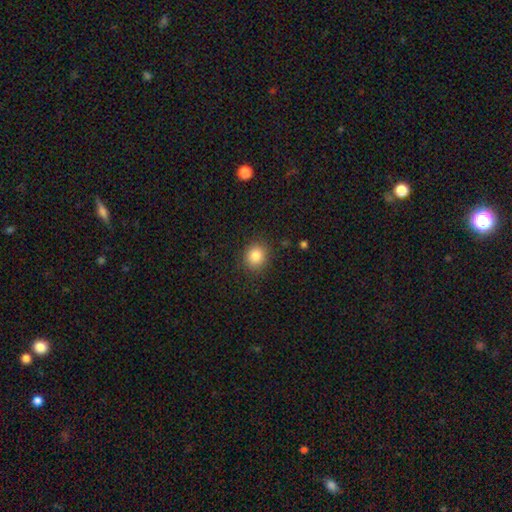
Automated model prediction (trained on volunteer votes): This appears to be a smooth galaxy with no disk features (84%) that is round (82%). Merging: none (88%).